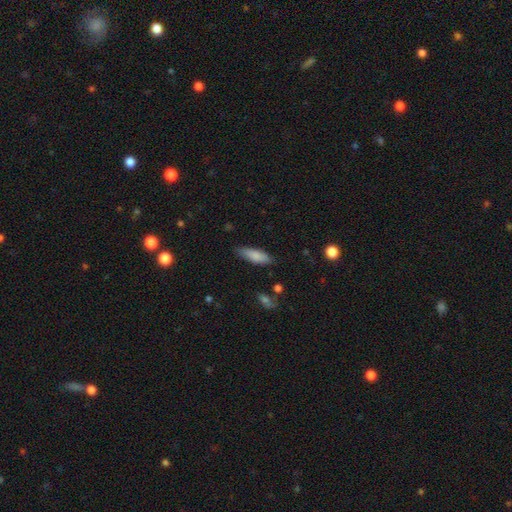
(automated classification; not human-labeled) Overall: smooth (84%). How rounded: in between (55%; cigar-shaped 44%). Merging: none (80%).